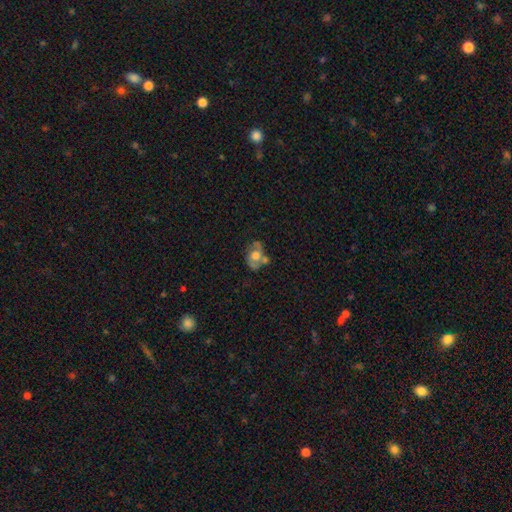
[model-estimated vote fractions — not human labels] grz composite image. It shows a featured or disk galaxy (54%) with no bar (80%), spiral arms (51%) and a moderate central bulge (44%). Merging: none (42%).